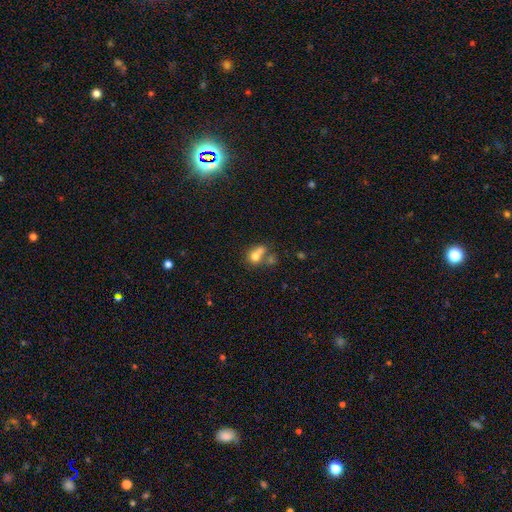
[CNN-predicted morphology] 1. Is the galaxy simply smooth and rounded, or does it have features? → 71% smooth, 17% featured or disk, 12% star or artifact.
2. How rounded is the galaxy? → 53% round, 45% in between, 2% cigar-shaped.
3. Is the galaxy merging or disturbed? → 52% merger, 28% none, 11% minor disturbance, 9% major disturbance.